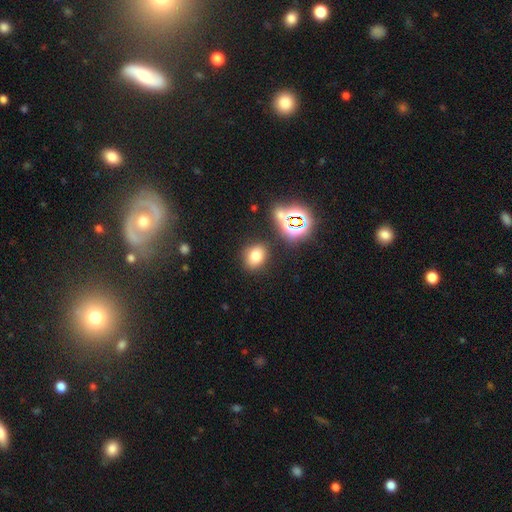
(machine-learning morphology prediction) A smooth galaxy with no disk features (72%) that is in between round and cigar-shaped (53%).

Vote fractions:
- Smooth or featured? smooth: 72% / star or artifact: 19% / featured or disk: 9%
- How rounded? in between: 53% / round: 46% / cigar-shaped: 1%
- Merging? none: 82% / minor disturbance: 11% / merger: 5% / major disturbance: 3%